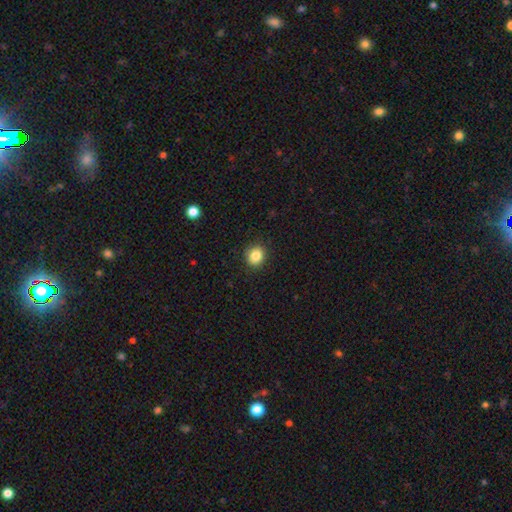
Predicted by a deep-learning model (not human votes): Smooth or featured? Predicted: smooth (p=0.85). How rounded? Predicted: round (p=0.78). Merging? Predicted: none (p=0.89).